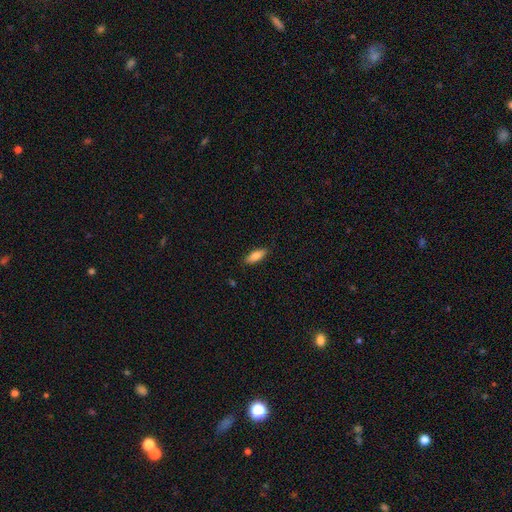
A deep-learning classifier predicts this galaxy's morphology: smooth-or-featured: smooth: 81% | featured or disk: 13% | star or artifact: 6%
  how-rounded: in between: 68% | cigar-shaped: 30% | round: 2%
  merging: none: 87% | minor disturbance: 10% | major disturbance: 2% | merger: 1%